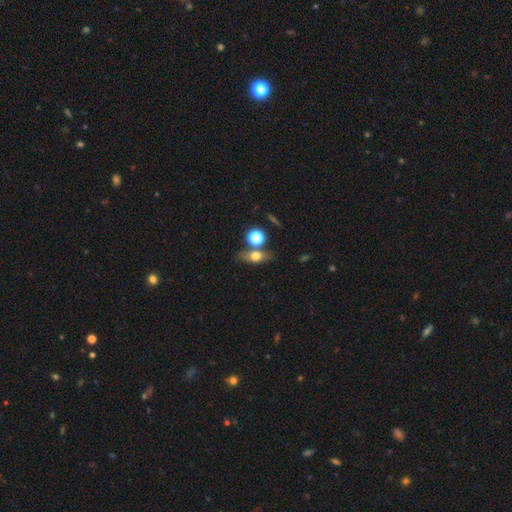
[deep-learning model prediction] This is possibly a smooth galaxy (58%). How rounded: possibly in between (53%). Merging: likely none (64%).